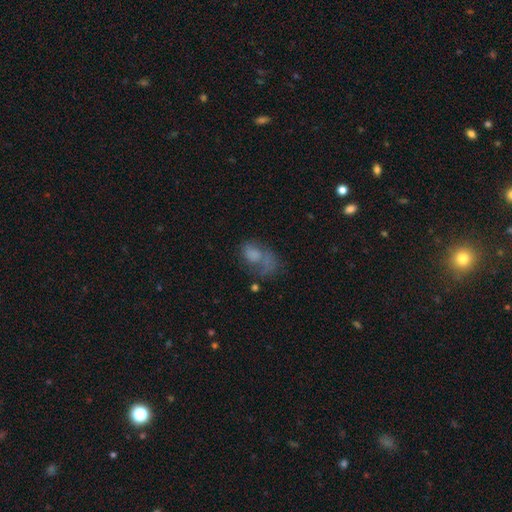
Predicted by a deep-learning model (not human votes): A smooth galaxy with no disk features (48%).

Vote fractions:
- Smooth or featured? smooth: 48% / featured or disk: 38% / star or artifact: 14%
- Merging? major disturbance: 43% / none: 29% / minor disturbance: 19% / merger: 10%